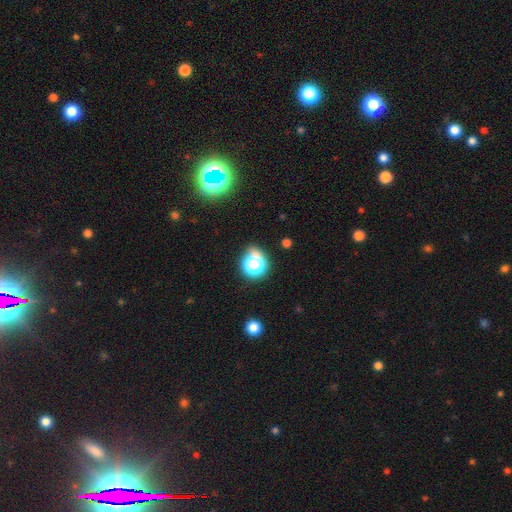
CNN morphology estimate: smooth_or_featured: smooth (p=0.56) [alt: star or artifact p=0.33]
how_rounded: round (p=0.77) [alt: in between p=0.21]
merging: none (p=0.68) [alt: minor disturbance p=0.15]